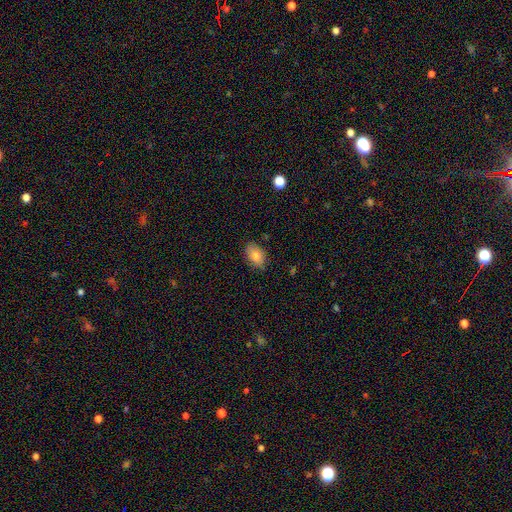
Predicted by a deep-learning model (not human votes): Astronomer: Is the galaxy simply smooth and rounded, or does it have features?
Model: smooth — 81%.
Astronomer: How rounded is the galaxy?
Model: in between — 85%.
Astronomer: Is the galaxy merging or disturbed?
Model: none — 83%.